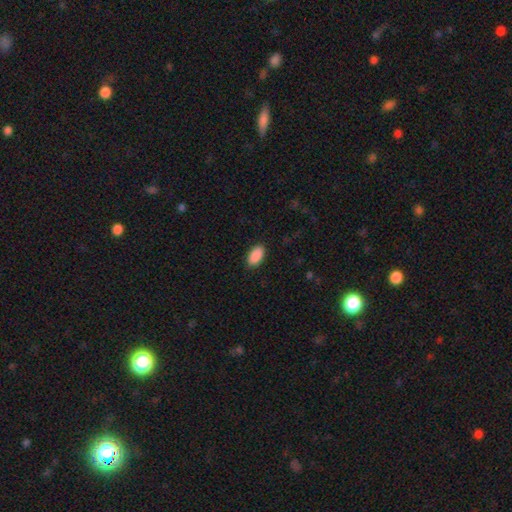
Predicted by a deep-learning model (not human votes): Smooth or featured: smooth — 91% (star or artifact — 7%)
How rounded: in between — 95% (round — 3%)
Merging: none — 89% (minor disturbance — 8%)